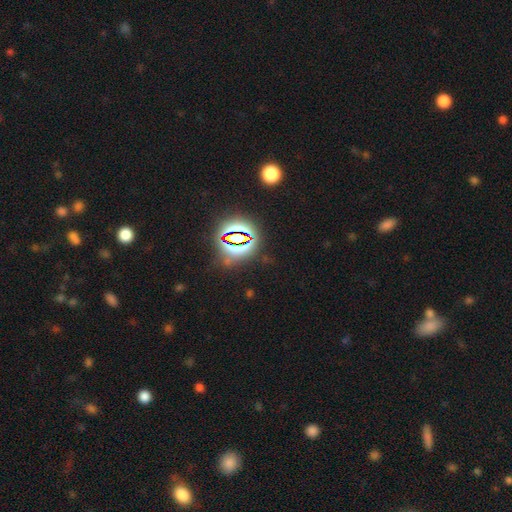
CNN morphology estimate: Smooth or featured?
  - star or artifact: 79% *
  - smooth: 13%
  - featured or disk: 8%